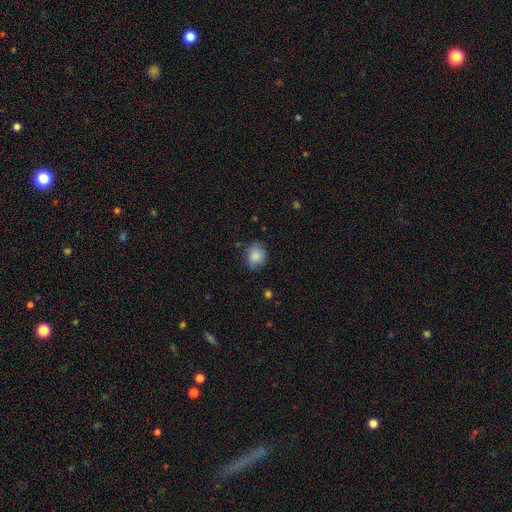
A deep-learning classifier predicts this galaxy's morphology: A smooth galaxy with no disk features (86%) that is round (76%). Merging: none (75%).